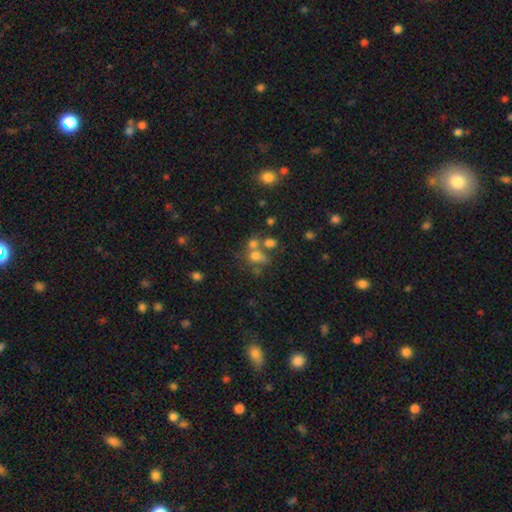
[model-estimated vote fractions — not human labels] Overall: smooth (64%). How rounded: round (64%; in between 34%). Merging: merger (43%; none 39%).